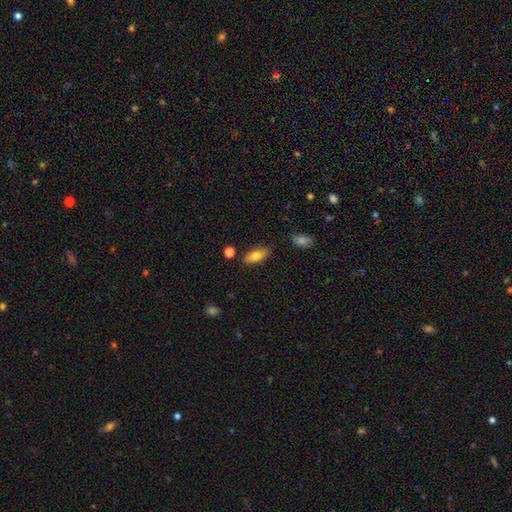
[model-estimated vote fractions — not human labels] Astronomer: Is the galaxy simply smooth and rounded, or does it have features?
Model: smooth — 77%.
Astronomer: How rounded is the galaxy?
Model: in between — 82%.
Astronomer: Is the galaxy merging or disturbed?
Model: none — 84%.